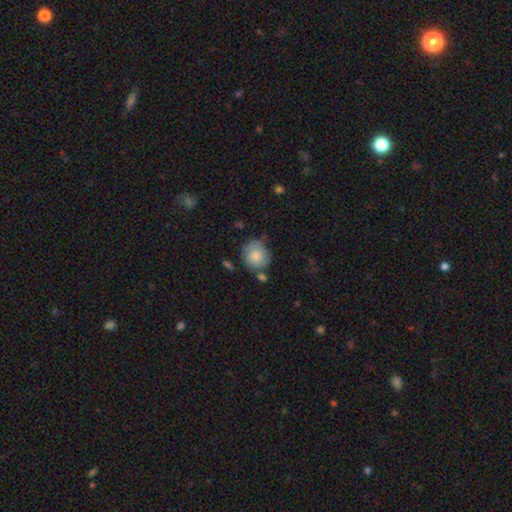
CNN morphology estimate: smooth 81%, featured or disk 12%, star or artifact 7%. Down the decision tree: how rounded — round (86%); merging — none (64%).